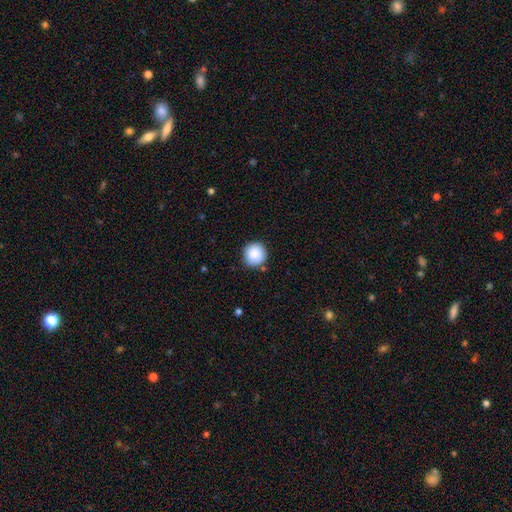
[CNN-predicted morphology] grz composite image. It shows a smooth galaxy with no disk features (87%) that is round (94%). Merging: none (84%).